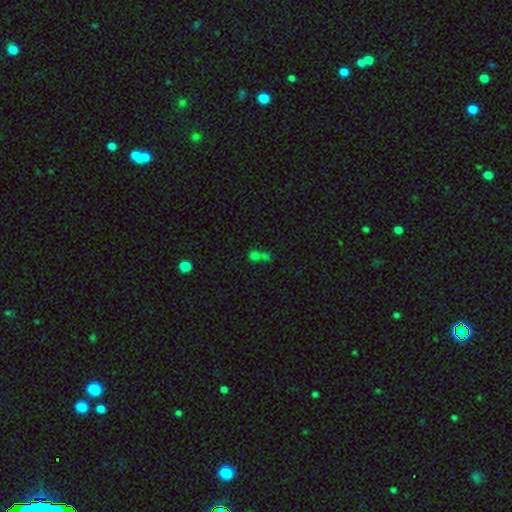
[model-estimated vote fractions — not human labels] A smooth galaxy with no disk features (63%) that is round (73%). Merging: merger (56%).